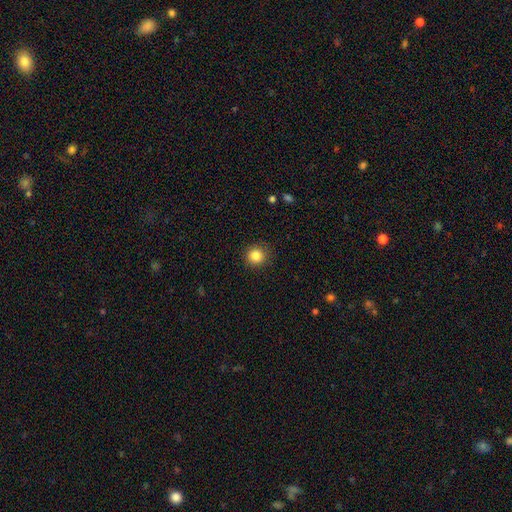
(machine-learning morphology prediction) smooth 85%, star or artifact 10%, featured or disk 5%. Down the decision tree: how rounded — round (91%); merging — none (90%).